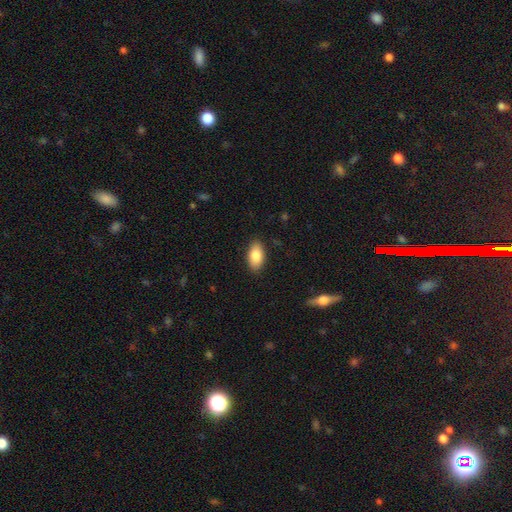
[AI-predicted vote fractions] This is clearly a smooth galaxy (84%). How rounded: clearly in between (93%). Merging: clearly none (88%).